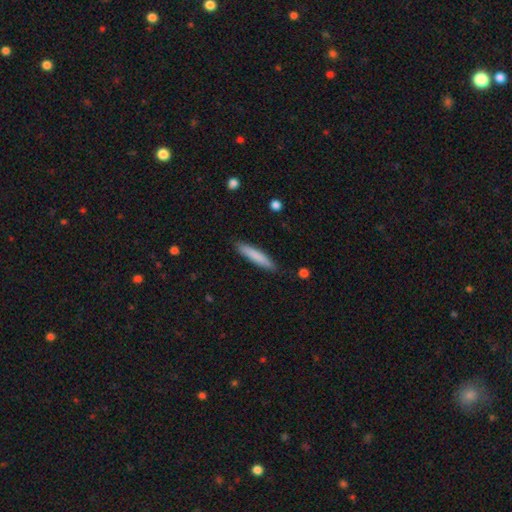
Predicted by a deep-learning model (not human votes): Smooth or featured?
  - smooth: 80% *
  - featured or disk: 14%
  - star or artifact: 6%
How rounded?
  - cigar-shaped: 90% *
  - in between: 9%
  - round: 1%
Merging?
  - none: 88% *
  - minor disturbance: 9%
  - major disturbance: 2%
  - merger: 1%